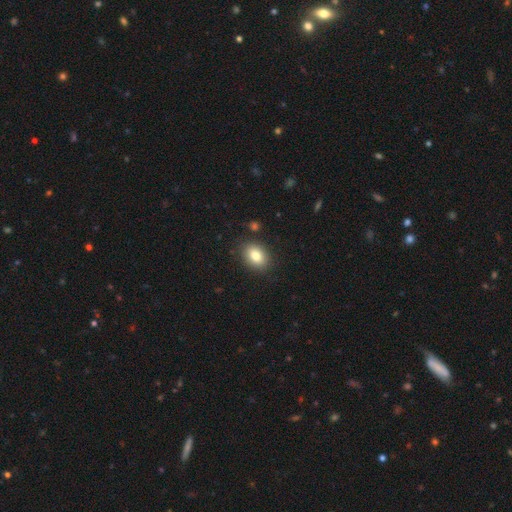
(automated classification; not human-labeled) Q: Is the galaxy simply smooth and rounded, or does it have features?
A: smooth — 82%.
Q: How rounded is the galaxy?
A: in between — 70%.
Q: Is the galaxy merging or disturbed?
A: none — 86%.